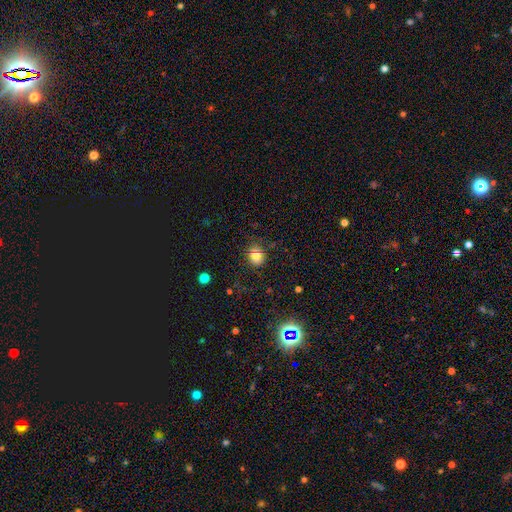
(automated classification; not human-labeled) The model was most divided on "how rounded": round: 70%, in between: 29%, cigar-shaped: 1%. More confident: merging — none (79%); smooth or featured — smooth (74%).